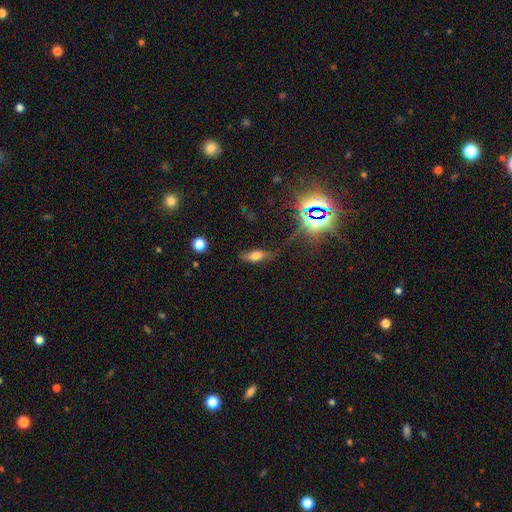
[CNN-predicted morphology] smooth-or-featured: smooth: 63% | featured or disk: 19% | star or artifact: 18%
  how-rounded: in between: 69% | cigar-shaped: 26% | round: 5%
  merging: none: 67% | minor disturbance: 21% | major disturbance: 9% | merger: 3%